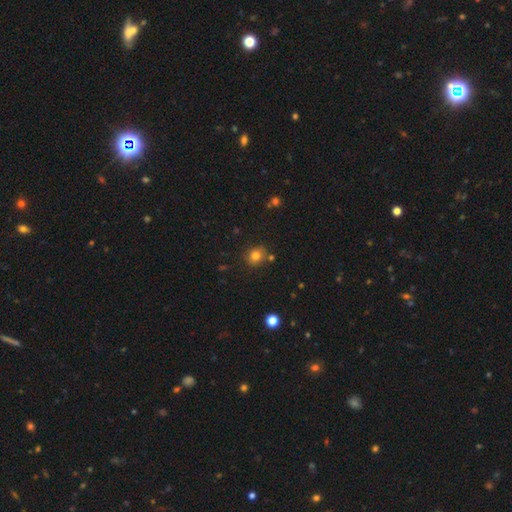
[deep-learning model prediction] smooth_or_featured: smooth (p=0.79) [alt: star or artifact p=0.14]
how_rounded: round (p=0.76) [alt: in between p=0.23]
merging: none (p=0.79) [alt: minor disturbance p=0.11]